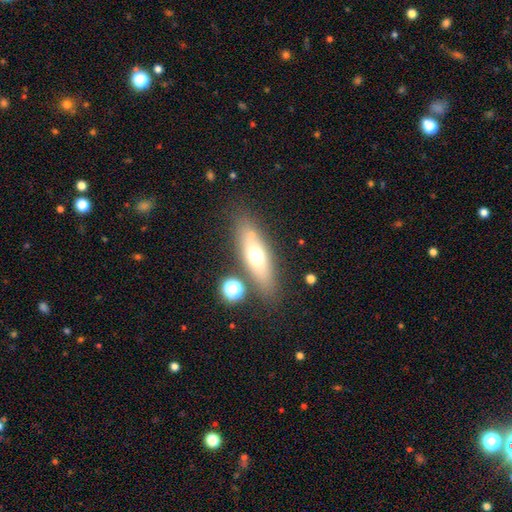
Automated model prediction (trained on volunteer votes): smooth_or_featured: smooth (p=0.59) [alt: featured or disk p=0.31]
how_rounded: in between (p=0.50) [alt: cigar-shaped p=0.45]
merging: none (p=0.78) [alt: minor disturbance p=0.11]